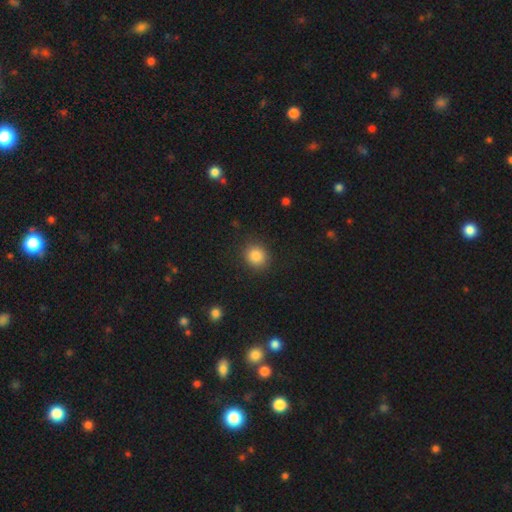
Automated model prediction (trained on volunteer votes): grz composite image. It shows a smooth galaxy with no disk features (86%) that is round (79%). Merging: none (87%).